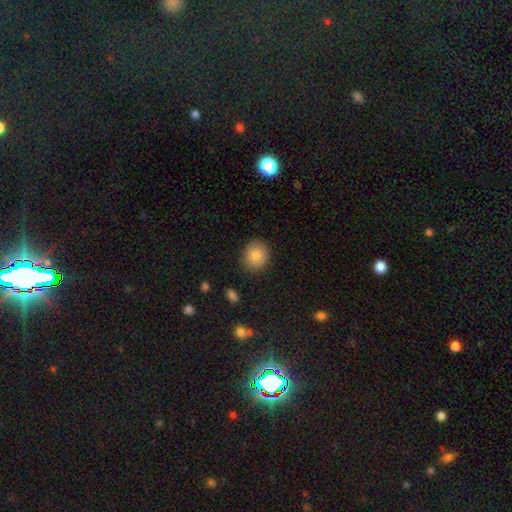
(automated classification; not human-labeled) Smooth or featured? smooth (83%)
How rounded? round (78%)
Merging? none (88%)